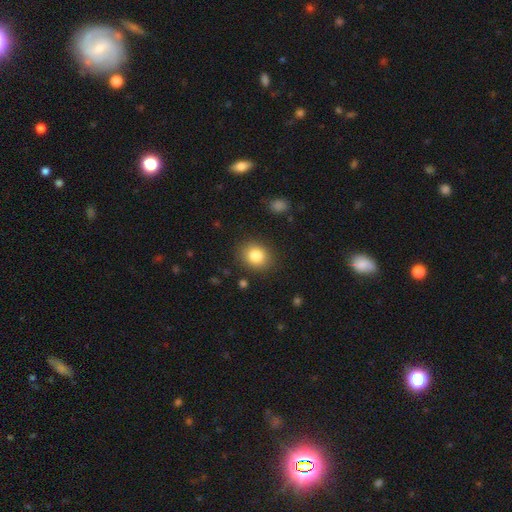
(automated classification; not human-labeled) Smooth or featured? Predicted: smooth (p=0.83). How rounded? Predicted: round (p=0.66). Merging? Predicted: none (p=0.87).